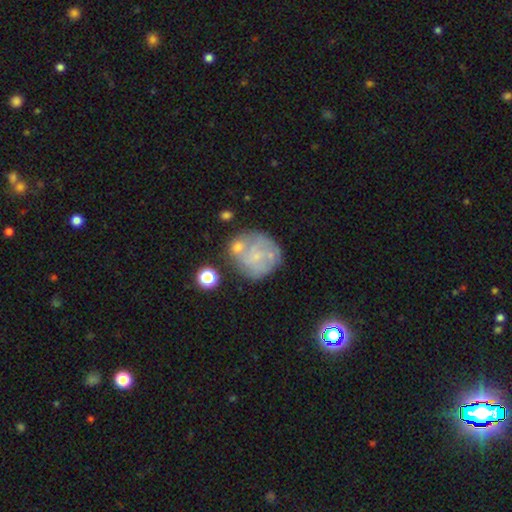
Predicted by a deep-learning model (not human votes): A featured or disk galaxy (52%) with no bar (79%), no spiral arms (53%) and a small central bulge (66%). Merging: none (53%).